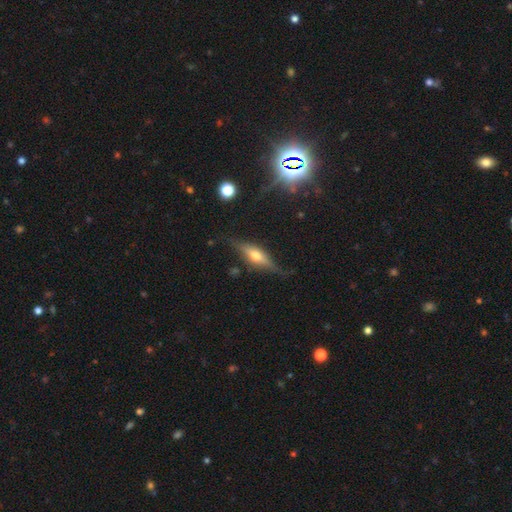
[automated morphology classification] A featured or disk galaxy (64%) viewed edge-on (92%) with a rounded central bulge (89%).

Vote fractions:
- Smooth or featured? featured or disk: 64% / smooth: 28% / star or artifact: 8%
- Edge-on disk? yes: 92% / no: 8%
- Edge-on bulge? rounded: 89% / boxy: 8% / none: 3%
- Merging? none: 76% / minor disturbance: 17% / major disturbance: 5% / merger: 2%